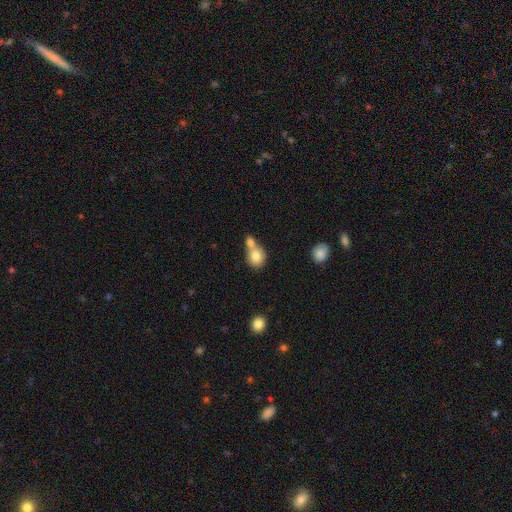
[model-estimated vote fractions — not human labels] Q: Smooth or featured?
A: smooth (78%); runner-up: featured or disk (13%)
Q: How rounded?
A: round (73%); runner-up: in between (26%)
Q: Merging?
A: merger (54%); runner-up: none (34%)